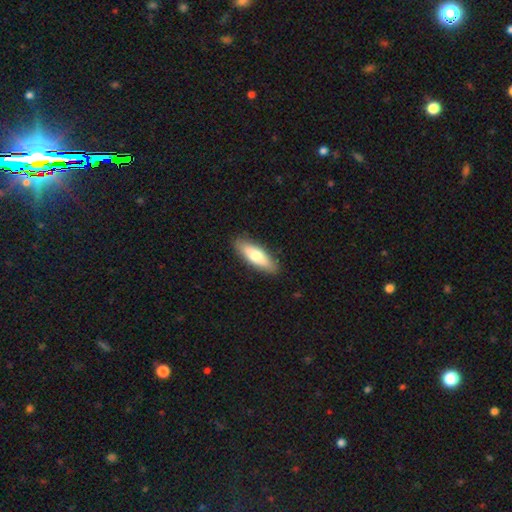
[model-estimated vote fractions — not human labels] Smooth or featured? smooth (69%)
How rounded? in between (54%)
Merging? none (87%)